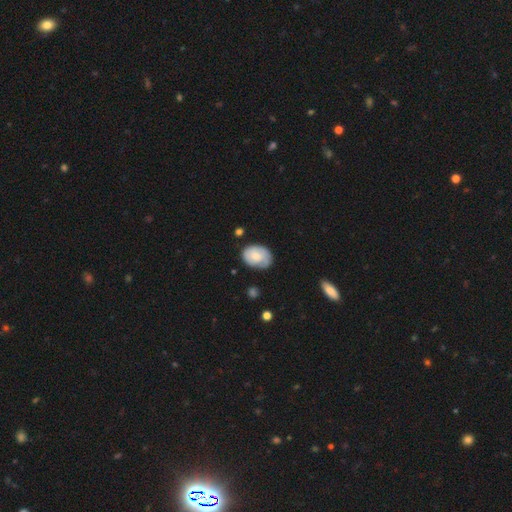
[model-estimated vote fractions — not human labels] A smooth galaxy with no disk features (59%) that is in between round and cigar-shaped (71%). Merging: none (65%).